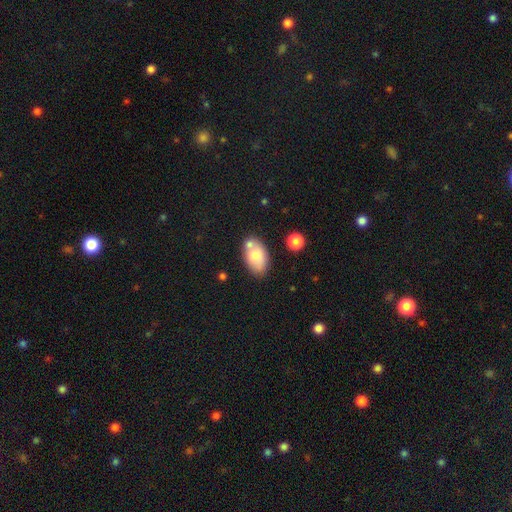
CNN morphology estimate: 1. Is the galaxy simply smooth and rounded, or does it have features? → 75% smooth, 18% featured or disk, 8% star or artifact.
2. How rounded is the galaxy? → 90% in between, 9% round, 1% cigar-shaped.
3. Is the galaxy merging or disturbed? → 61% none, 18% merger, 17% minor disturbance, 4% major disturbance.